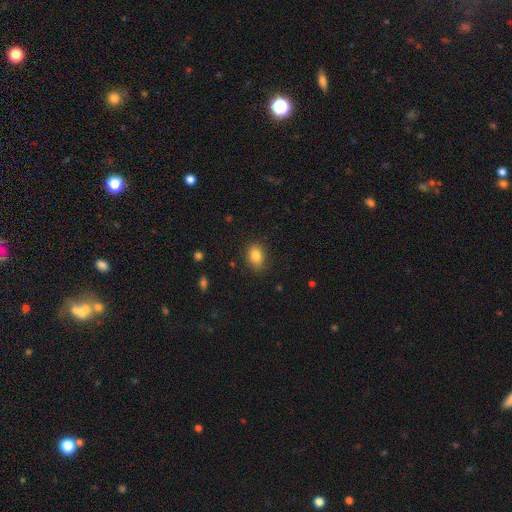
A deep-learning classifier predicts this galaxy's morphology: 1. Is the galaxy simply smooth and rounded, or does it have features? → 84% smooth, 9% star or artifact, 7% featured or disk.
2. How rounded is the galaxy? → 75% in between, 24% round, 1% cigar-shaped.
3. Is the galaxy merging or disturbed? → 84% none, 12% minor disturbance, 3% major disturbance, 1% merger.